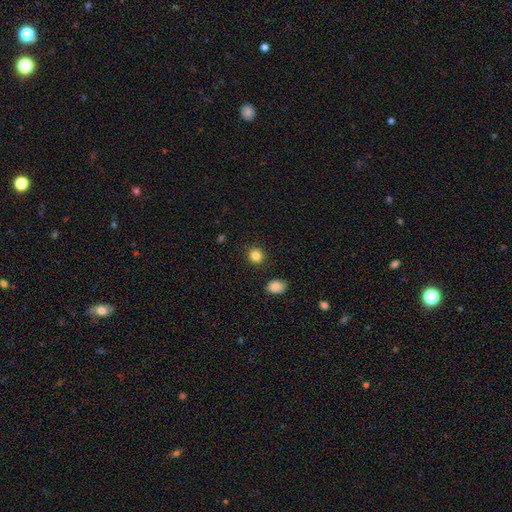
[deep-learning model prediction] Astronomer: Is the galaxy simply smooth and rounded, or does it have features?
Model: smooth — 85%.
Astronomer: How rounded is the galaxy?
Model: round — 83%.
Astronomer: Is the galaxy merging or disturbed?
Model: none — 90%.